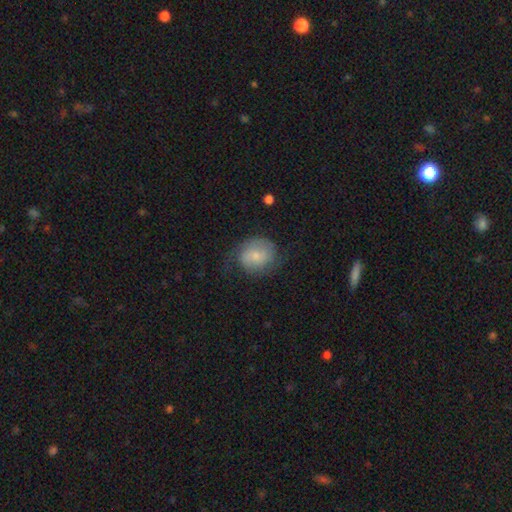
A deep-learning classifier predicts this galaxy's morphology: Smooth or featured?
  - smooth: 51% *
  - featured or disk: 41%
  - star or artifact: 8%
How rounded?
  - round: 65% *
  - in between: 34%
  - cigar-shaped: 1%
Merging?
  - none: 58% *
  - minor disturbance: 25%
  - major disturbance: 15%
  - merger: 2%